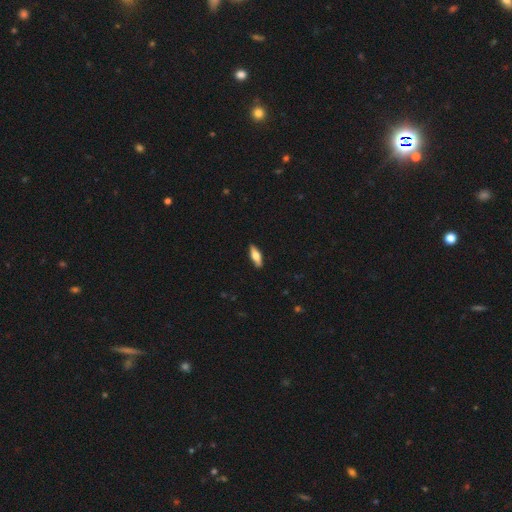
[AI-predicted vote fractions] Smooth or featured? Predicted: smooth (p=0.61). How rounded? Predicted: in between (p=0.58). Merging? Predicted: none (p=0.89).